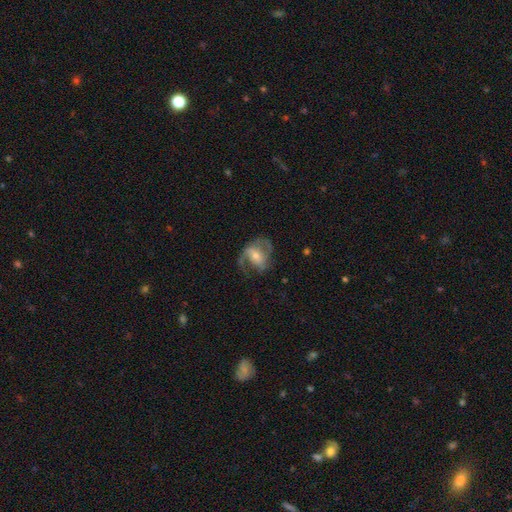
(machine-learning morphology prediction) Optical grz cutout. It shows a featured or disk galaxy (74%) with no bar (41%), 2 (66%) medium (47%) spiral arms (86%) and a small central bulge (49%). Merging: none (54%).